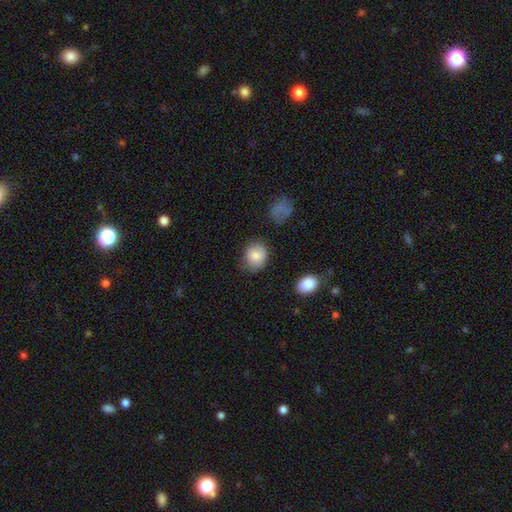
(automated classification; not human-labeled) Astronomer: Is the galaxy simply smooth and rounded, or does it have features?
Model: smooth — 82%.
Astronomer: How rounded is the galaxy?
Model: round — 62% (runner-up: in between, 37%).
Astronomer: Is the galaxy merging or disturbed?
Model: none — 71%.